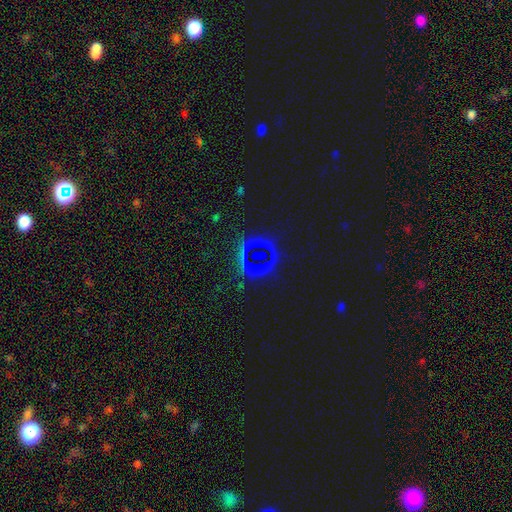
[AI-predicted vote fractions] smooth-or-featured: star or artifact: 80% | smooth: 12% | featured or disk: 8%